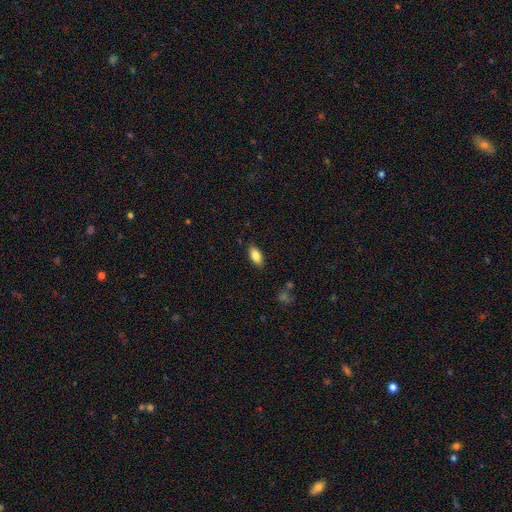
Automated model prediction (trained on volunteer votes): Smooth or featured? Predicted: smooth (p=0.85). How rounded? Predicted: in between (p=0.88). Merging? Predicted: none (p=0.87).